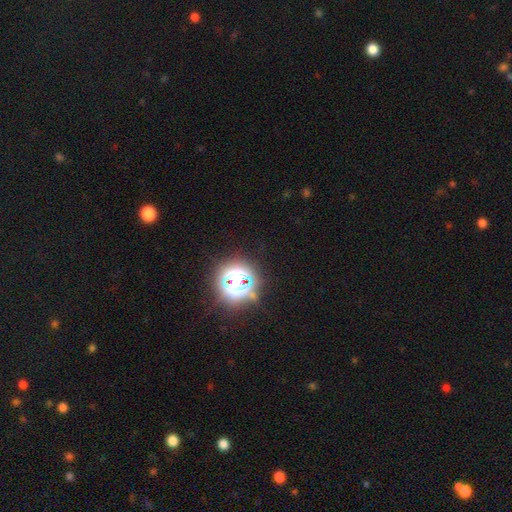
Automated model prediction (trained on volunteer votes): smooth-or-featured: star or artifact: 78% | smooth: 15% | featured or disk: 7%